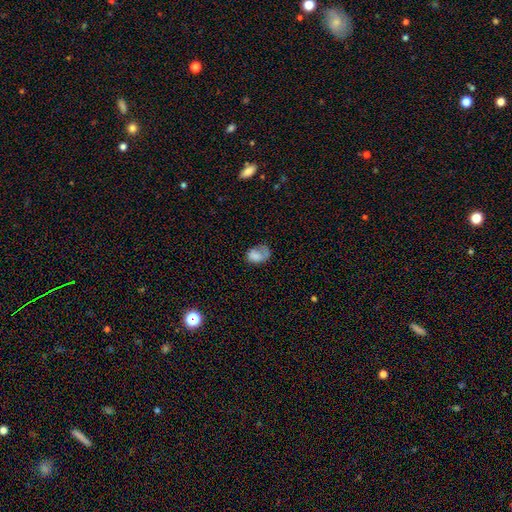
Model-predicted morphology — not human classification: Smooth or featured: smooth — 72% (featured or disk — 17%)
How rounded: in between — 77% (round — 22%)
Merging: none — 38% (minor disturbance — 30%)